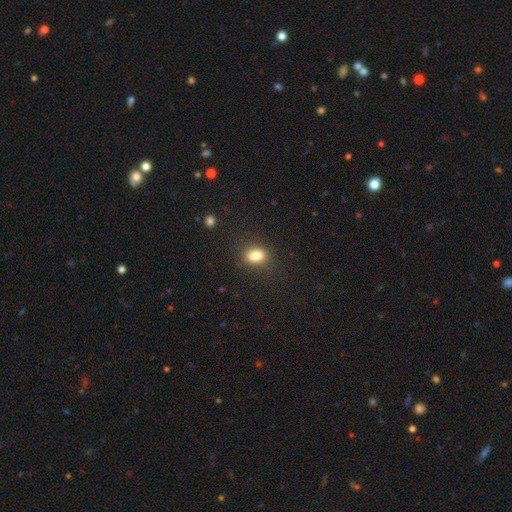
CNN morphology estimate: Q: Smooth or featured?
A: smooth (83%); runner-up: star or artifact (11%)
Q: How rounded?
A: in between (69%); runner-up: round (30%)
Q: Merging?
A: none (84%); runner-up: minor disturbance (11%)